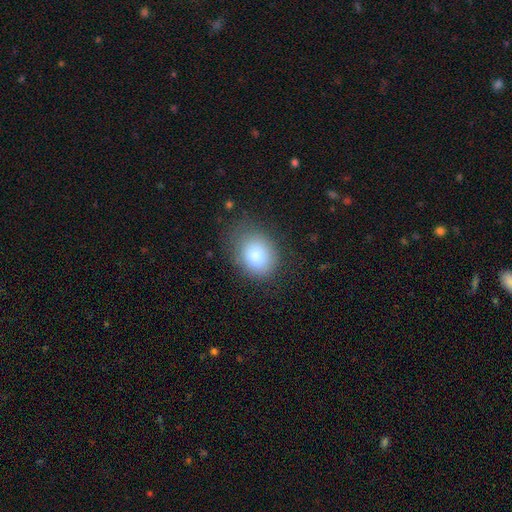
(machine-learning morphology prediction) smooth-or-featured: smooth: 83% | star or artifact: 9% | featured or disk: 8%
  how-rounded: round: 51% | in between: 49% | cigar-shaped: 1%
  merging: none: 70% | minor disturbance: 20% | major disturbance: 9% | merger: 2%